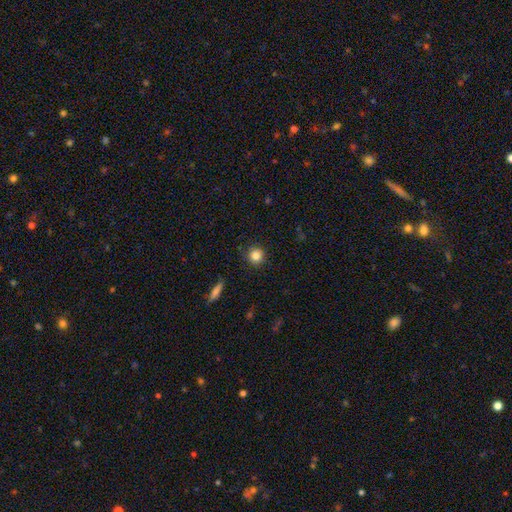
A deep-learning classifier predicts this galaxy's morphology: smooth_or_featured: smooth (p=0.83) [alt: star or artifact p=0.11]
how_rounded: round (p=0.93) [alt: in between p=0.06]
merging: none (p=0.90) [alt: minor disturbance p=0.07]